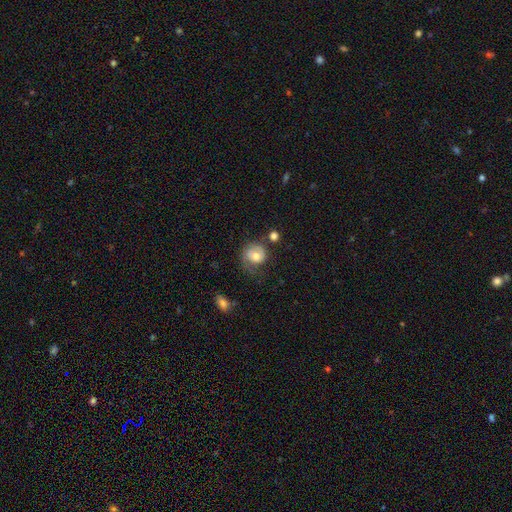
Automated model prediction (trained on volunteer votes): A smooth galaxy with no disk features (58%) that is round (74%).

Vote fractions:
- Smooth or featured? smooth: 58% / featured or disk: 33% / star or artifact: 8%
- How rounded? round: 74% / in between: 25% / cigar-shaped: 1%
- Merging? none: 47% / minor disturbance: 26% / major disturbance: 21% / merger: 6%